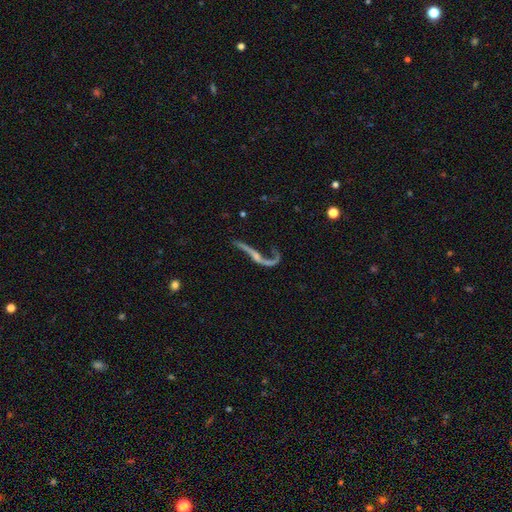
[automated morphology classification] Q: Smooth or featured?
A: featured or disk (84%); runner-up: star or artifact (8%)
Q: Edge-on disk?
A: no (69%); runner-up: yes (31%)
Q: Bar?
A: no (55%); runner-up: weak (24%)
Q: Spiral arms?
A: yes (86%); runner-up: no (14%)
Q: Spiral winding?
A: loose (93%); runner-up: medium (5%)
Q: Spiral arm count?
A: 2 (78%); runner-up: 1 (17%)
Q: Bulge size?
A: small (57%); runner-up: moderate (20%)
Q: Merging?
A: none (43%); runner-up: major disturbance (30%)